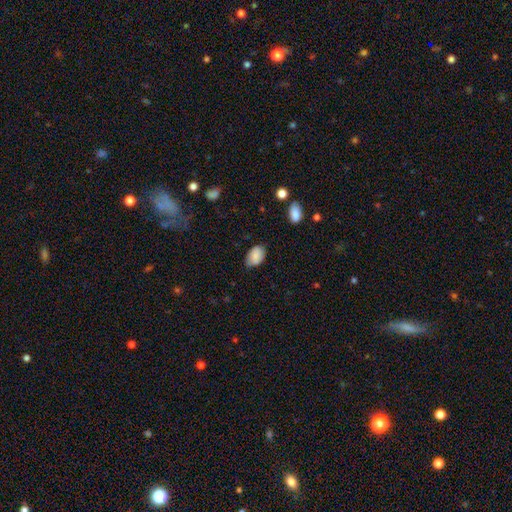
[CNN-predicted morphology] Q: Smooth or featured?
A: smooth (85%); runner-up: featured or disk (8%)
Q: How rounded?
A: in between (88%); runner-up: round (11%)
Q: Merging?
A: none (70%); runner-up: minor disturbance (25%)